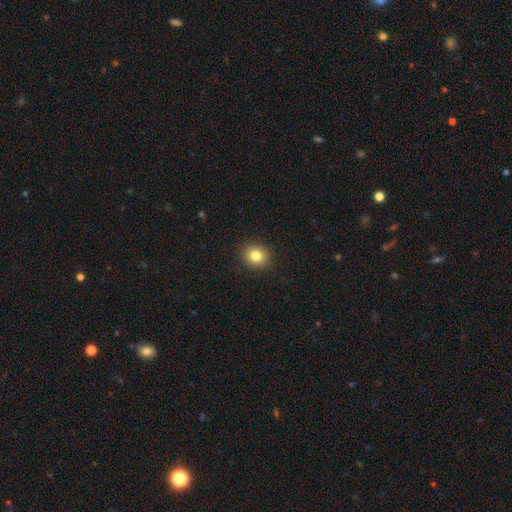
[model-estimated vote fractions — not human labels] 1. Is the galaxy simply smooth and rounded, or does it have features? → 82% smooth, 11% star or artifact, 7% featured or disk.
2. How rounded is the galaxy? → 76% round, 23% in between, 1% cigar-shaped.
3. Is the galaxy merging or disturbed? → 91% none, 6% minor disturbance, 2% major disturbance, 1% merger.